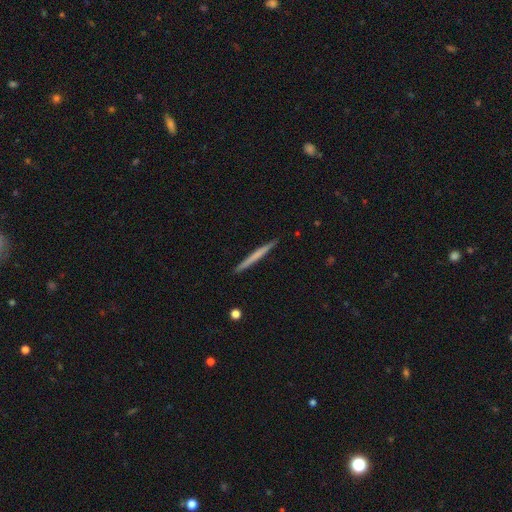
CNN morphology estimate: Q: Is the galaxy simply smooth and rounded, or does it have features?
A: smooth — 56%.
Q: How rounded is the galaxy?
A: cigar-shaped — 97%.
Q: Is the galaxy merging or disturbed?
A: none — 92%.